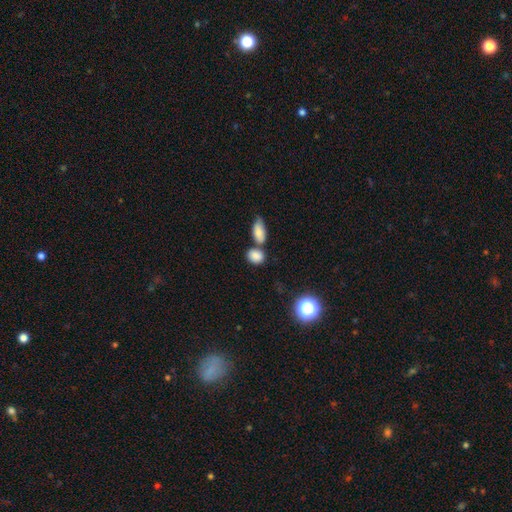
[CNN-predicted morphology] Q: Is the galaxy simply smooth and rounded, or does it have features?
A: smooth — 83%.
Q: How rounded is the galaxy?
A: in between — 65%.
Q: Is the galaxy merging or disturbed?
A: none — 50%.